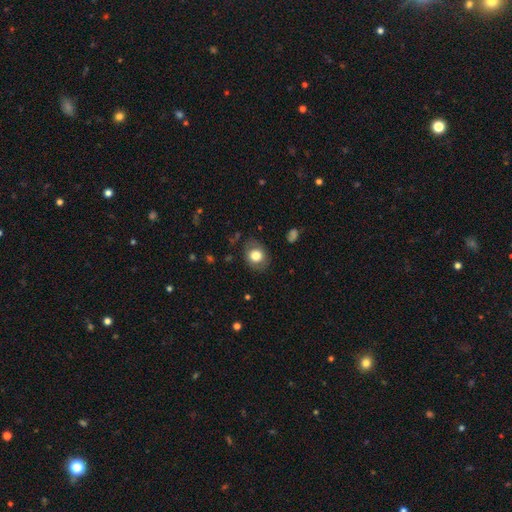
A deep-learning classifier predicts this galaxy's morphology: A smooth galaxy with no disk features (76%) that is round (59%). Merging: none (80%).